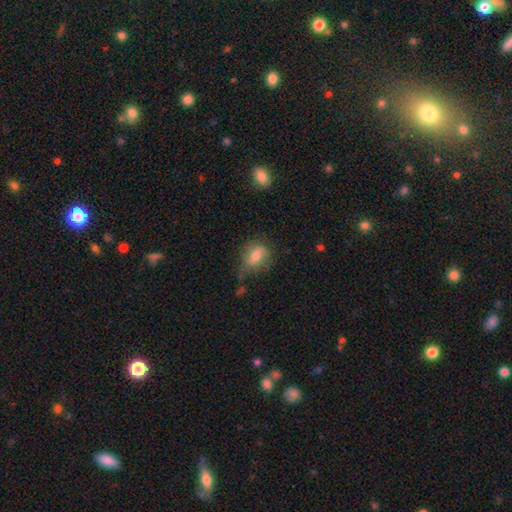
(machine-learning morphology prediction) smooth 70%, featured or disk 21%, star or artifact 9%. Down the decision tree: how rounded — in between (66%); merging — none (54%).